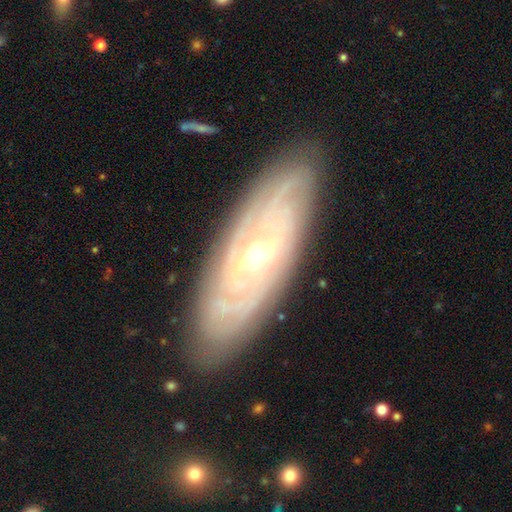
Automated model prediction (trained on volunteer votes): Morphology: type=featured or disk (85%); edge-on=no (85%); bar=no (60%); spiral arms=yes (93%); winding=tight (79%); arm count=can't tell (45%); bulge=moderate (60%); merging=none (85%).